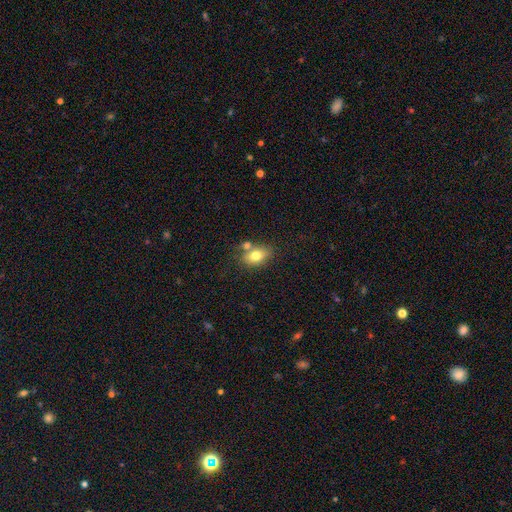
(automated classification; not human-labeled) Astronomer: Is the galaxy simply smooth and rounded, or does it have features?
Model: smooth — 76%.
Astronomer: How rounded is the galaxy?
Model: in between — 79%.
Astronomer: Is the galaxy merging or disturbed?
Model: none — 57%.